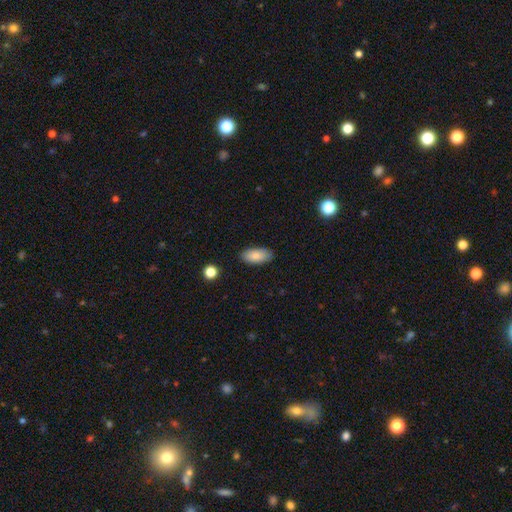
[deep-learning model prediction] Morphology: type=smooth (83%); roundness=in between (92%); merging=none (87%).